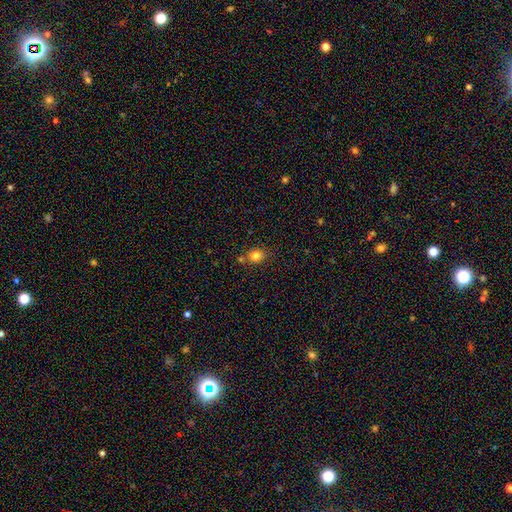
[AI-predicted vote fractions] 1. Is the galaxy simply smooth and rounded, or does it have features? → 81% smooth, 13% star or artifact, 6% featured or disk.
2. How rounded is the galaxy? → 74% round, 25% in between, 1% cigar-shaped.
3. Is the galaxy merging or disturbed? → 74% none, 13% minor disturbance, 10% merger, 3% major disturbance.